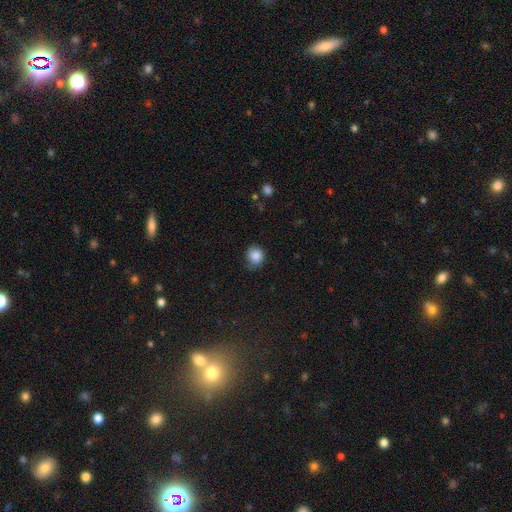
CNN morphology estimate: Smooth or featured? smooth (83%)
How rounded? round (77%)
Merging? none (62%)